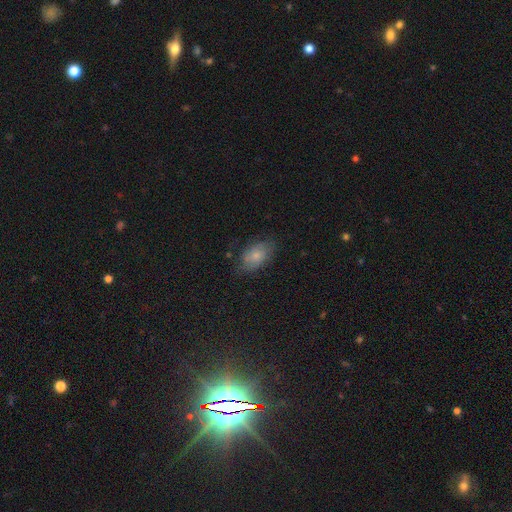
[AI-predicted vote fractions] A smooth galaxy with no disk features (72%) that is in between round and cigar-shaped (91%).

Vote fractions:
- Smooth or featured? smooth: 72% / featured or disk: 20% / star or artifact: 8%
- How rounded? in between: 91% / round: 7% / cigar-shaped: 2%
- Merging? none: 68% / minor disturbance: 24% / major disturbance: 7% / merger: 2%